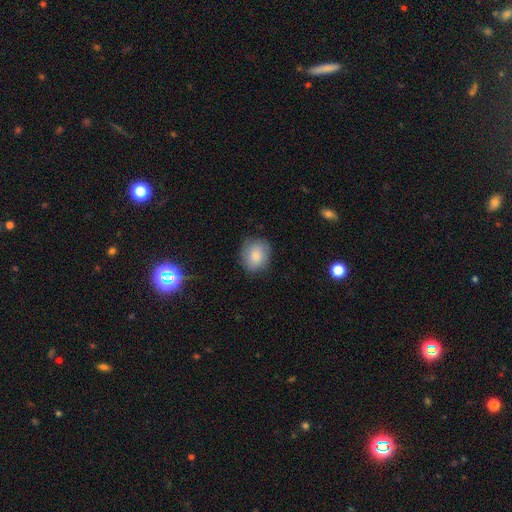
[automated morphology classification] This is likely a smooth galaxy (80%). How rounded: likely round (70%). Merging: likely none (79%).